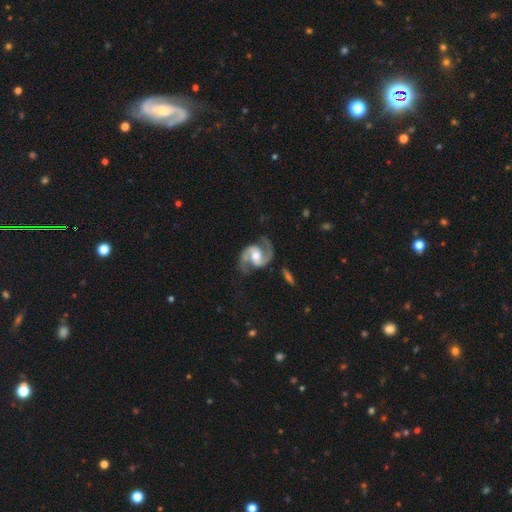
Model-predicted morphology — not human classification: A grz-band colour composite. It shows a featured or disk galaxy (93%) with a weak bar (41%), 2 (94%) medium (61%) spiral arms (98%) and a moderate central bulge (67%). Merging: none (78%).